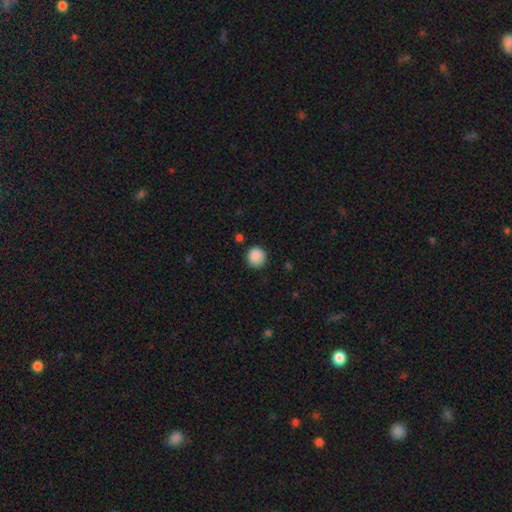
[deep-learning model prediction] Smooth or featured? smooth (88%)
How rounded? round (92%)
Merging? none (87%)